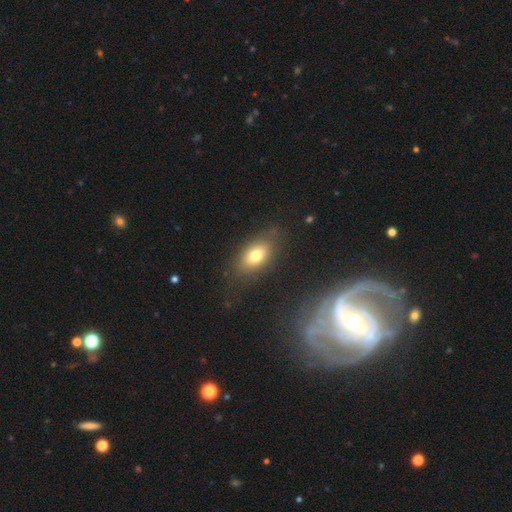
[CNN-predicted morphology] smooth 72%, featured or disk 18%, star or artifact 10%. Down the decision tree: how rounded — in between (85%); merging — none (77%).